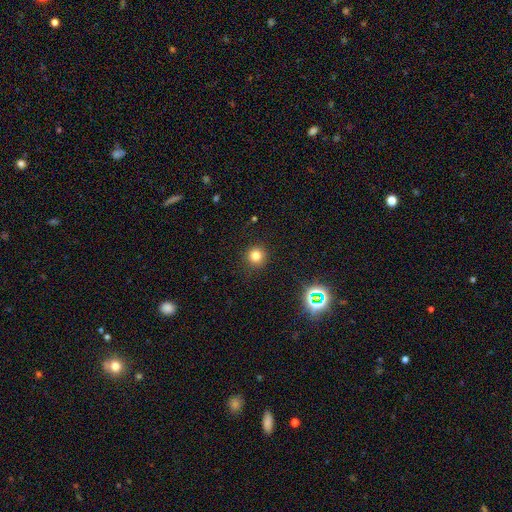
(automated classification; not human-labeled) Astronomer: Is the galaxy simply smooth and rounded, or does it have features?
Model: smooth — 79%.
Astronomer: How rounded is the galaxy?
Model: round — 94%.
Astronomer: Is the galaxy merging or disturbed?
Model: none — 90%.